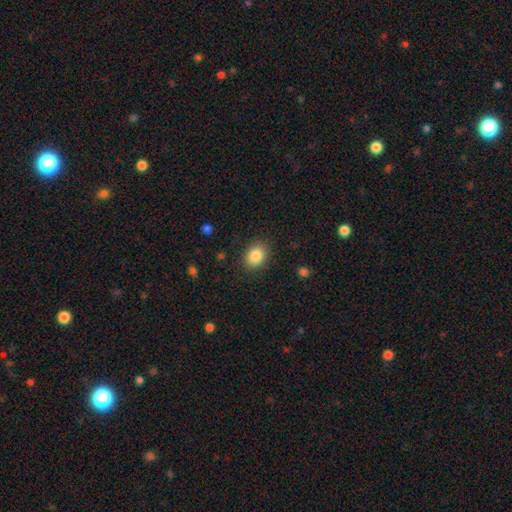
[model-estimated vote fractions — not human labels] Smooth or featured? smooth (86%)
How rounded? in between (59%)
Merging? none (87%)